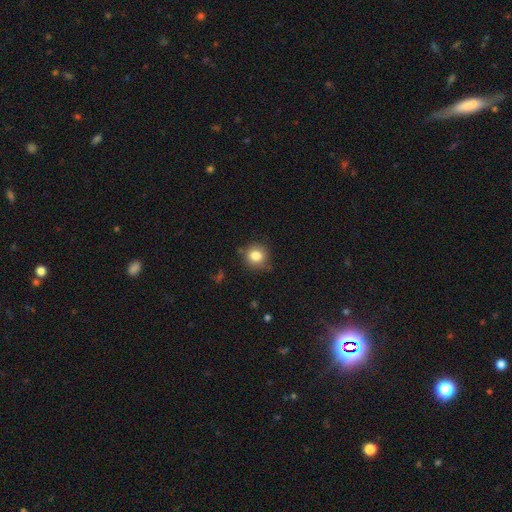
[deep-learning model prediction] Overall: smooth (82%). How rounded: round (86%). Merging: none (78%).